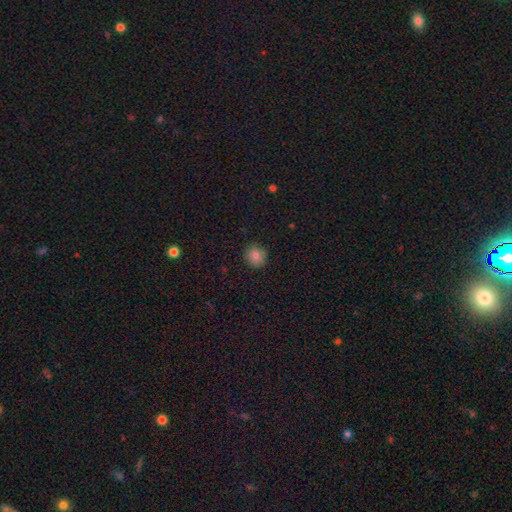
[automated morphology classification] Smooth or featured?
  - smooth: 80% *
  - star or artifact: 11%
  - featured or disk: 8%
How rounded?
  - round: 92% *
  - in between: 7%
  - cigar-shaped: 1%
Merging?
  - none: 89% *
  - minor disturbance: 8%
  - major disturbance: 2%
  - merger: 1%